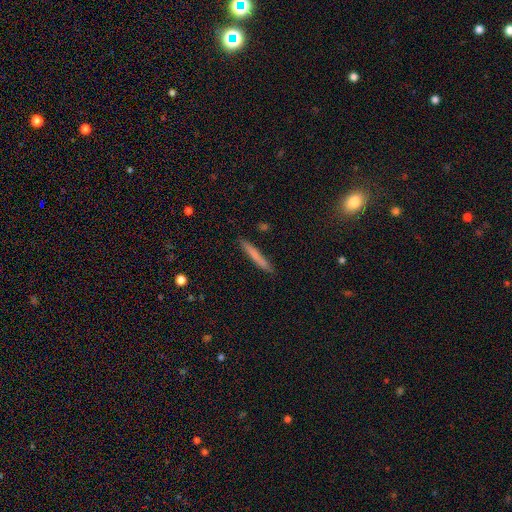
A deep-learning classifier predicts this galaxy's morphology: type=smooth (72%); roundness=cigar-shaped (96%); merging=none (89%).